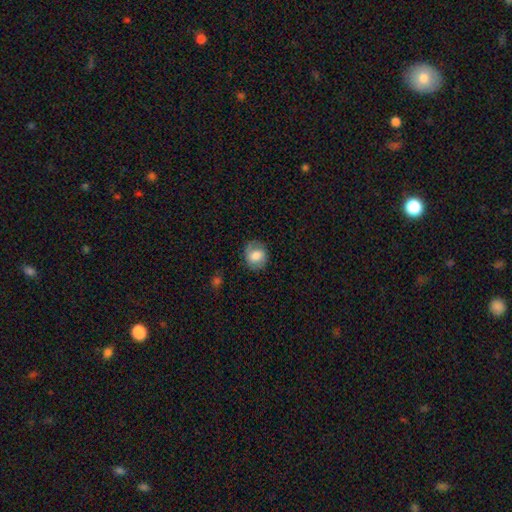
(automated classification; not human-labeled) smooth 71%, featured or disk 21%, star or artifact 8%. Down the decision tree: how rounded — round (65%); merging — none (75%).